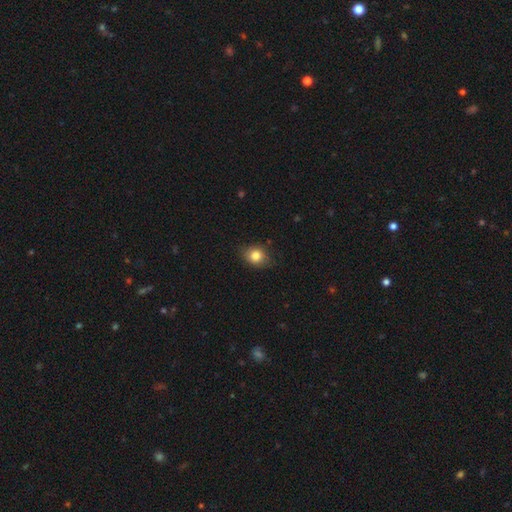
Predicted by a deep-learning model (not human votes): The model was most divided on "how rounded": round: 53%, in between: 46%, cigar-shaped: 1%. More confident: smooth or featured — smooth (82%); merging — none (78%).